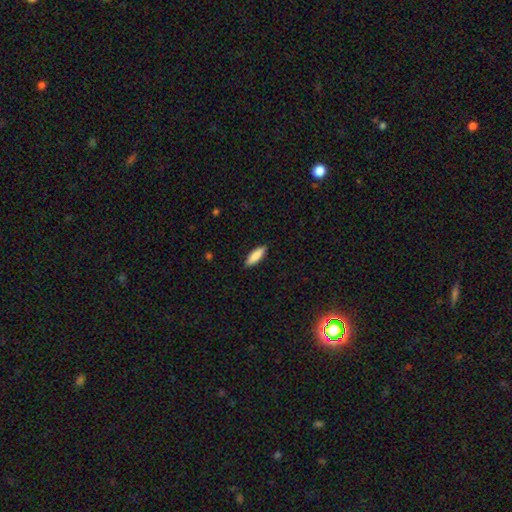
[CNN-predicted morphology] This appears to be a smooth galaxy with no disk features (86%) that is cigar-shaped (51%). Merging: none (89%).